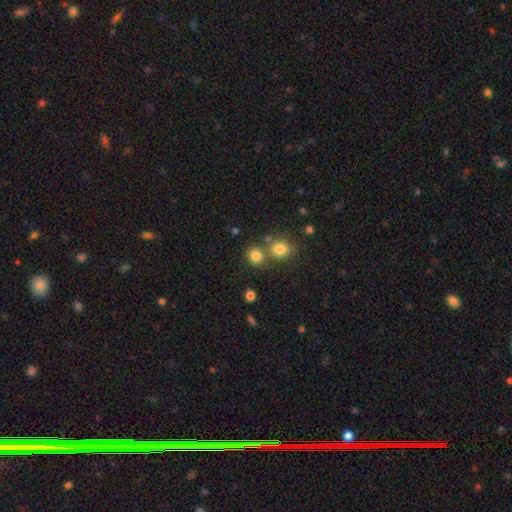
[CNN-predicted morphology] type=smooth (80%); roundness=round (83%); merging=none (64%).